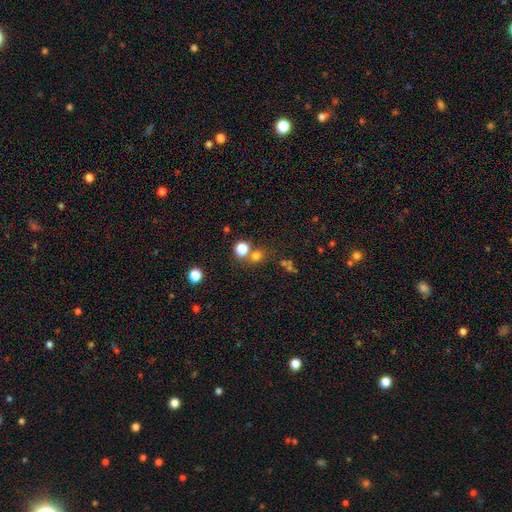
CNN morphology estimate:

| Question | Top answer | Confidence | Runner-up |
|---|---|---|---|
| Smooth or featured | smooth | 70% | star or artifact (22%) |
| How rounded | round | 79% | in between (20%) |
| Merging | none | 62% | merger (26%) |